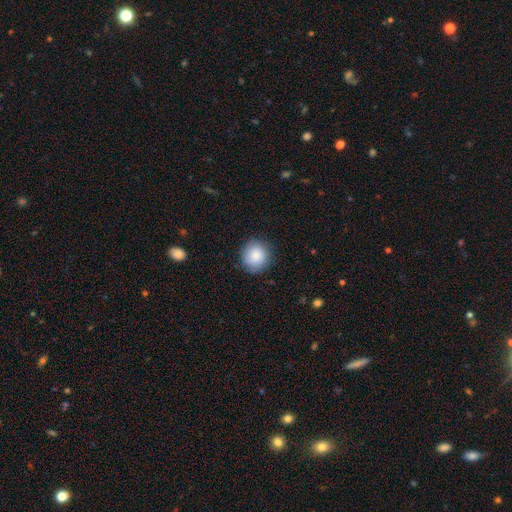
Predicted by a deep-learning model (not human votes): Smooth or featured? Predicted: smooth (p=0.86). How rounded? Predicted: round (p=0.92). Merging? Predicted: none (p=0.87).